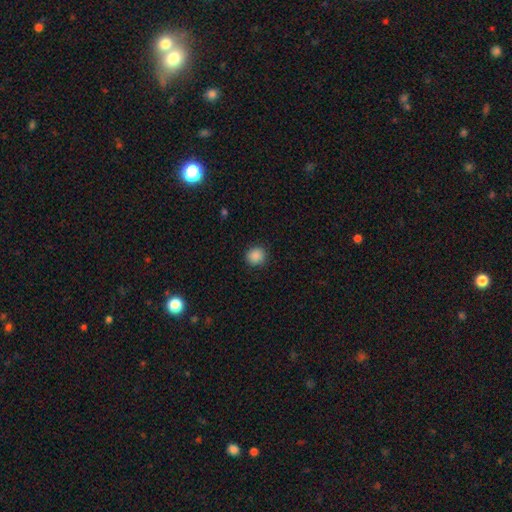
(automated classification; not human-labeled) Q: Smooth or featured?
A: smooth (87%); runner-up: star or artifact (10%)
Q: How rounded?
A: round (87%); runner-up: in between (12%)
Q: Merging?
A: none (89%); runner-up: minor disturbance (7%)